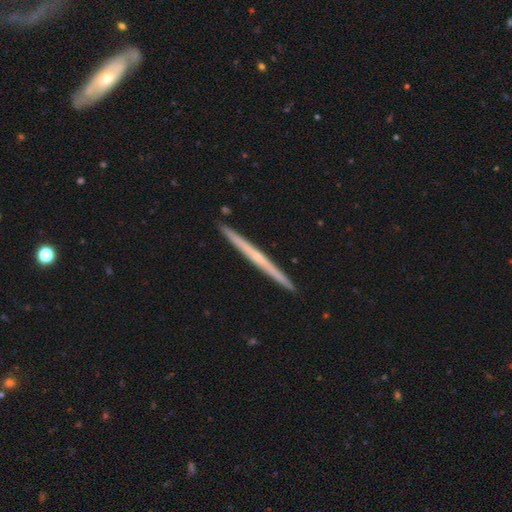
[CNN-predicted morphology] Q: Smooth or featured?
A: featured or disk (65%); runner-up: smooth (30%)
Q: Edge-on disk?
A: yes (98%); runner-up: no (2%)
Q: Edge-on bulge?
A: none (66%); runner-up: rounded (31%)
Q: Merging?
A: none (93%); runner-up: minor disturbance (5%)